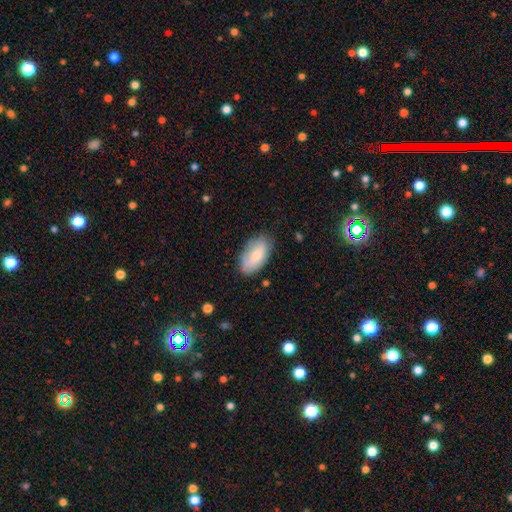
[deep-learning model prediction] A smooth galaxy with no disk features (77%) that is in between round and cigar-shaped (94%). Merging: none (77%).